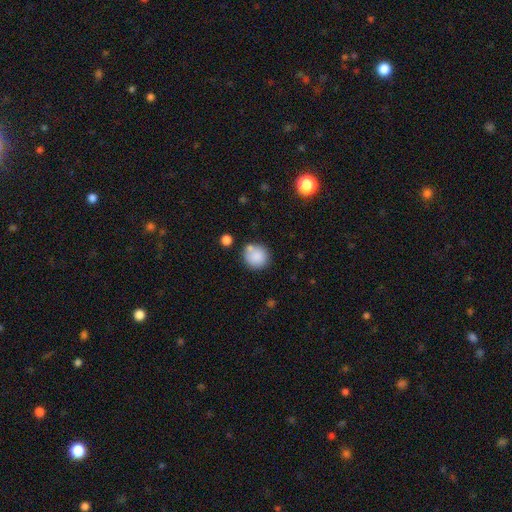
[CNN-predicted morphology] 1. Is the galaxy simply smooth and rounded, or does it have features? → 85% smooth, 8% star or artifact, 6% featured or disk.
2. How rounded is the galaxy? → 90% round, 9% in between, 1% cigar-shaped.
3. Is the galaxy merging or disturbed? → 71% none, 13% minor disturbance, 12% merger, 4% major disturbance.